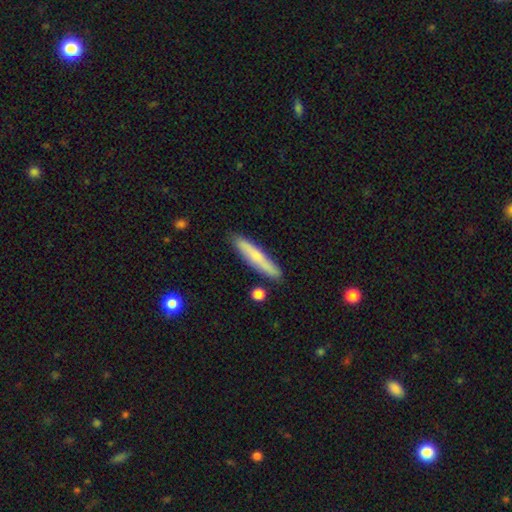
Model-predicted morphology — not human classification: Overall: smooth (61%; featured or disk 33%). How rounded: cigar-shaped (91%). Merging: none (87%).